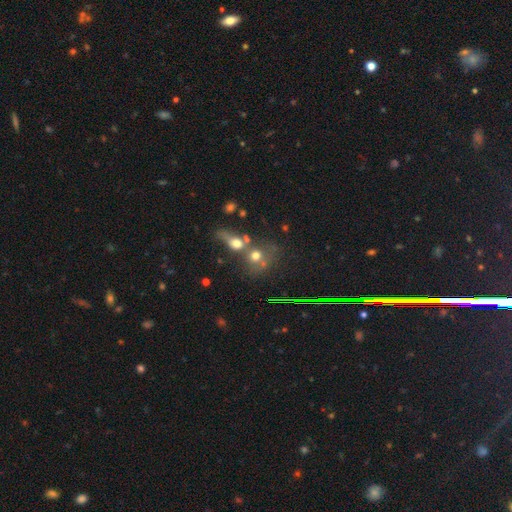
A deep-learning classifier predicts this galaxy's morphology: Smooth or featured: smooth — 62% (star or artifact — 20%)
How rounded: round — 70% (in between — 27%)
Merging: merger — 51% (none — 30%)